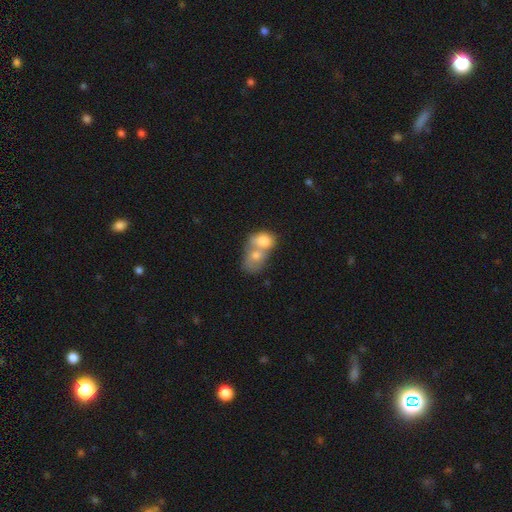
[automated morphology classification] A smooth galaxy with no disk features (72%) that is in between round and cigar-shaped (60%).

Vote fractions:
- Smooth or featured? smooth: 72% / featured or disk: 21% / star or artifact: 7%
- How rounded? in between: 60% / round: 38% / cigar-shaped: 2%
- Merging? merger: 80% / none: 12% / minor disturbance: 5% / major disturbance: 3%